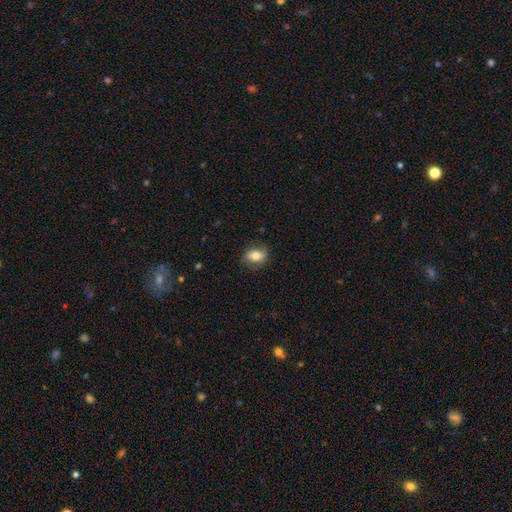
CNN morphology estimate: Q: Smooth or featured?
A: smooth (75%); runner-up: featured or disk (17%)
Q: How rounded?
A: in between (71%); runner-up: round (27%)
Q: Merging?
A: none (80%); runner-up: minor disturbance (16%)